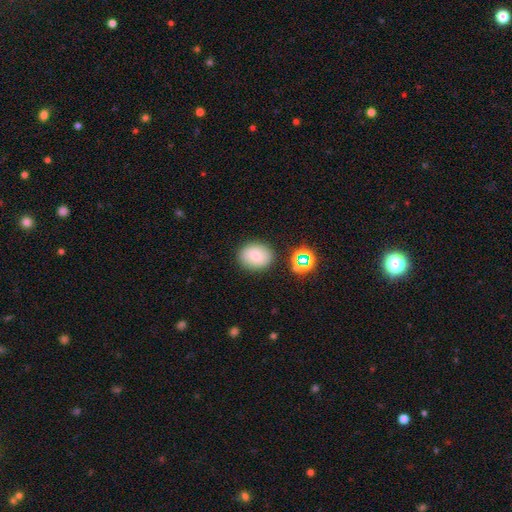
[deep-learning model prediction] A smooth galaxy with no disk features (80%) that is round (54%). Merging: none (84%).